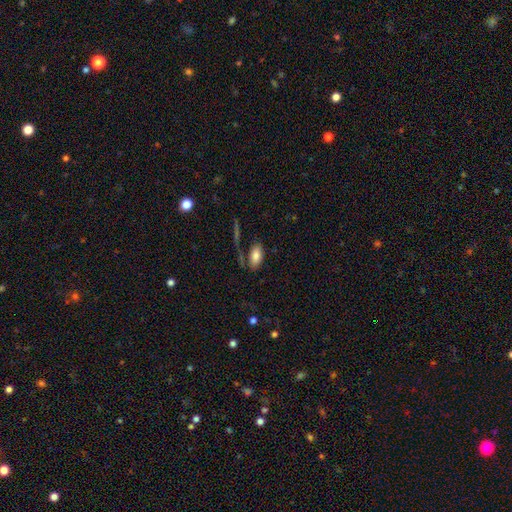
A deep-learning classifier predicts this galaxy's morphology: The model was most divided on "merging": none: 67%, minor disturbance: 16%, merger: 10%, major disturbance: 8%. More confident: how rounded — in between (93%); smooth or featured — smooth (80%).